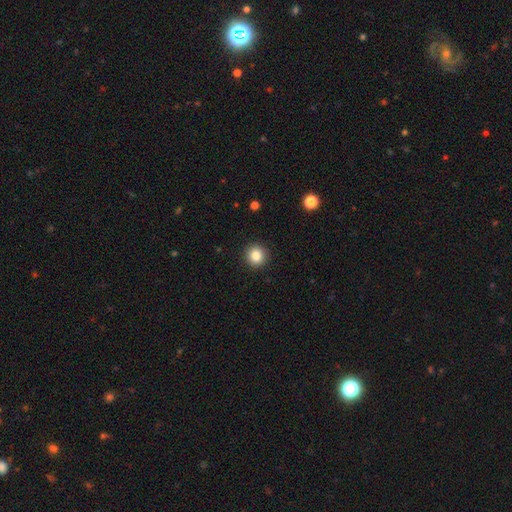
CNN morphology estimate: smooth 84%, star or artifact 10%, featured or disk 6%. Down the decision tree: how rounded — round (93%); merging — none (92%).